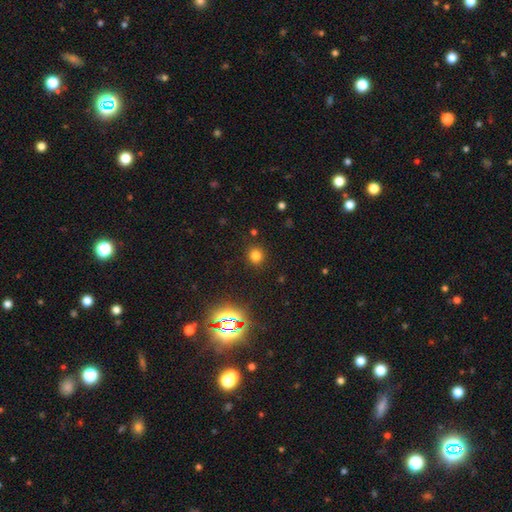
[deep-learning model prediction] smooth_or_featured: smooth (p=0.76) [alt: star or artifact p=0.19]
how_rounded: round (p=0.89) [alt: in between p=0.10]
merging: none (p=0.89) [alt: minor disturbance p=0.06]